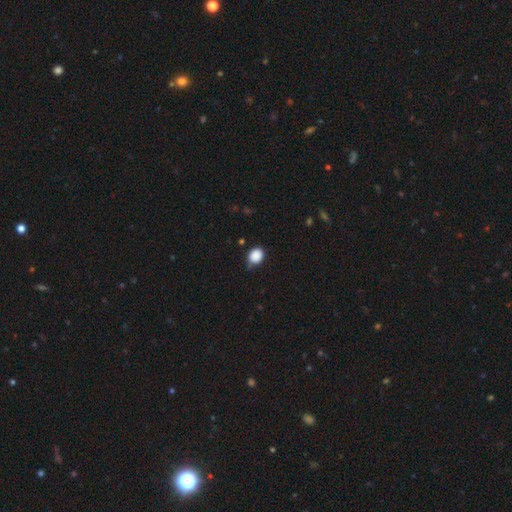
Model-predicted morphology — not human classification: Smooth or featured? smooth (88%)
How rounded? round (64%)
Merging? none (66%)